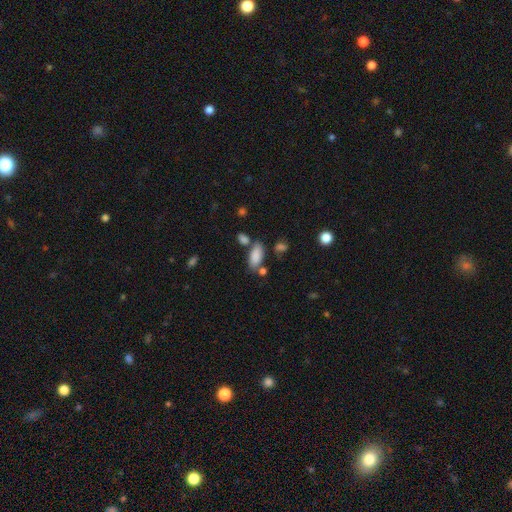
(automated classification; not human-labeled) Smooth or featured: smooth — 85% (star or artifact — 8%)
How rounded: in between — 89% (cigar-shaped — 8%)
Merging: none — 62% (merger — 17%)